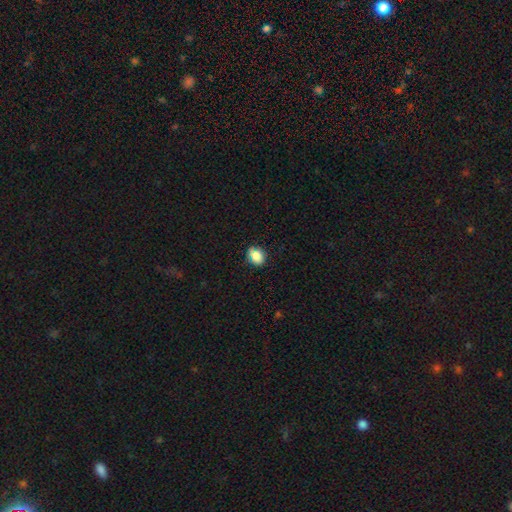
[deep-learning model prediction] Q: Smooth or featured?
A: smooth (80%); runner-up: star or artifact (15%)
Q: How rounded?
A: in between (50%); runner-up: round (49%)
Q: Merging?
A: none (78%); runner-up: minor disturbance (16%)